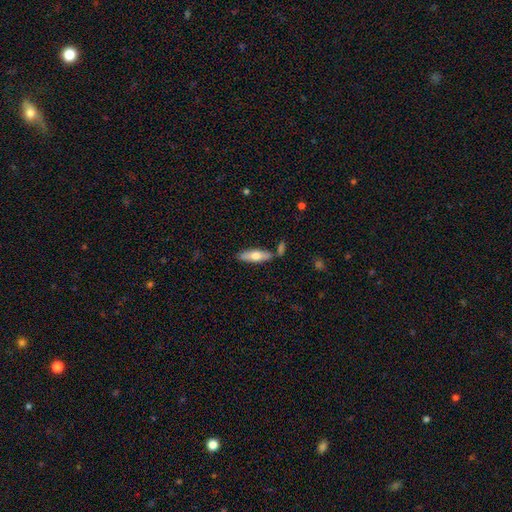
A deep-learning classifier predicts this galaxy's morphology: The model was most divided on "how rounded" (2-way tie): cigar-shaped: 49%, in between: 49%, round: 2%. More confident: merging — none (77%); smooth or featured — smooth (64%).